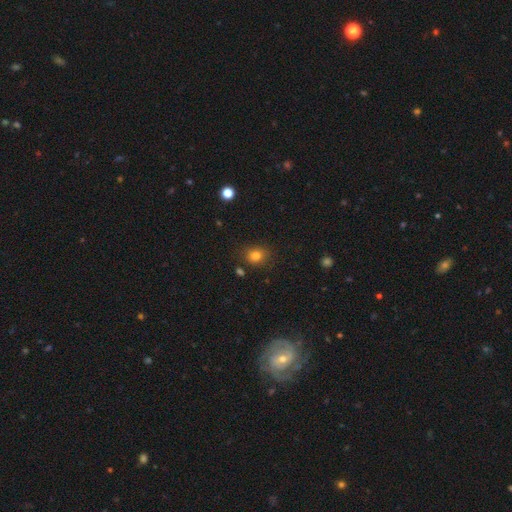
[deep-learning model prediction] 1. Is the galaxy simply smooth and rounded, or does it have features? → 81% smooth, 13% star or artifact, 6% featured or disk.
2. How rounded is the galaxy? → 65% round, 34% in between, 1% cigar-shaped.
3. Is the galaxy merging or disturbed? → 82% none, 12% minor disturbance, 3% major disturbance, 3% merger.